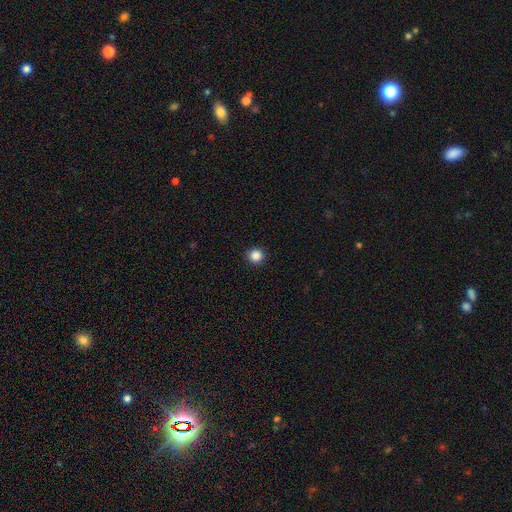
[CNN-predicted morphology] Smooth or featured?
  - smooth: 86% *
  - star or artifact: 11%
  - featured or disk: 3%
How rounded?
  - round: 94% *
  - in between: 5%
  - cigar-shaped: 1%
Merging?
  - none: 93% *
  - minor disturbance: 5%
  - major disturbance: 2%
  - merger: 1%